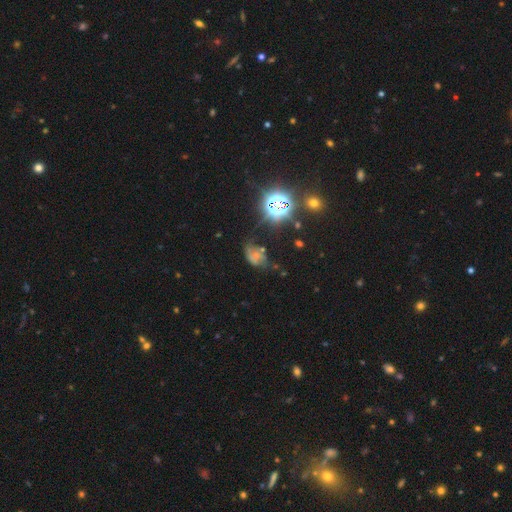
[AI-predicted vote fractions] A smooth galaxy with no disk features (36%). Merging: none (35%).